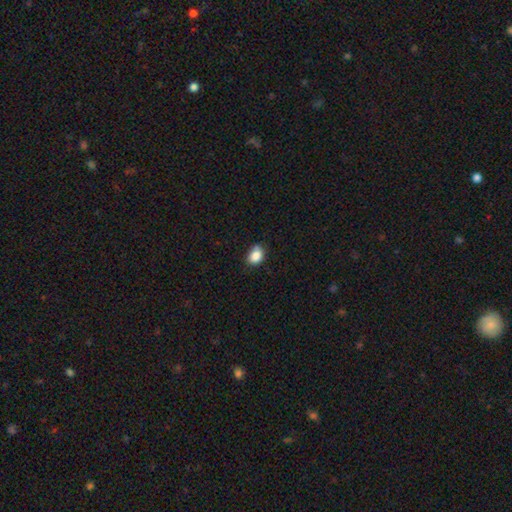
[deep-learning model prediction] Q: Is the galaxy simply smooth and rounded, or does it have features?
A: smooth — 86%.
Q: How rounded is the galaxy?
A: in between — 61%.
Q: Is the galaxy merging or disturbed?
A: none — 65%.